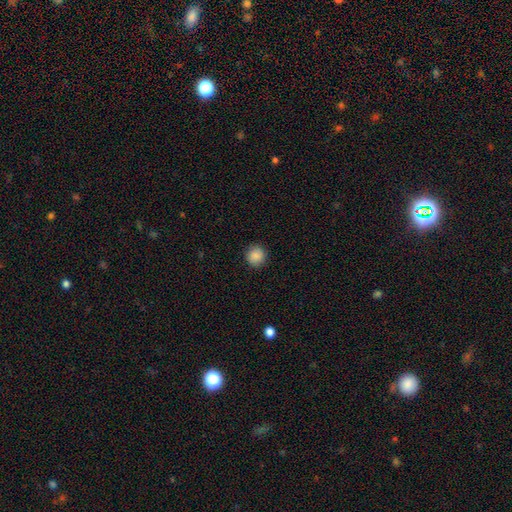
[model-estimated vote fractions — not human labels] A smooth galaxy with no disk features (87%) that is round (93%).

Vote fractions:
- Smooth or featured? smooth: 87% / star or artifact: 9% / featured or disk: 5%
- How rounded? round: 93% / in between: 6% / cigar-shaped: 1%
- Merging? none: 90% / minor disturbance: 7% / major disturbance: 2% / merger: 1%